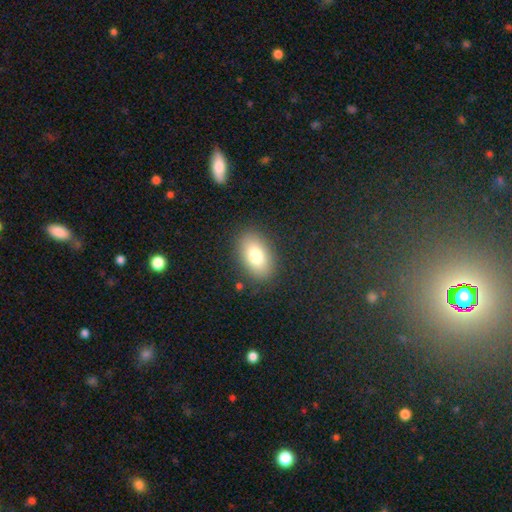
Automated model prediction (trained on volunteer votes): Overall: smooth (78%). How rounded: in between (90%). Merging: none (85%).